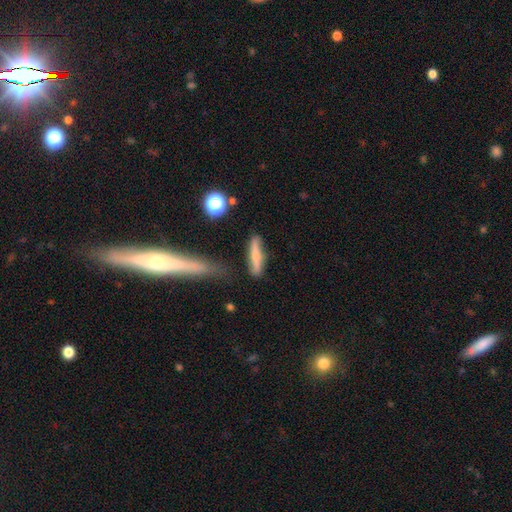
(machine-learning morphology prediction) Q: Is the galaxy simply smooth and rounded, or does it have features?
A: smooth — 52%.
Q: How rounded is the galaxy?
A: cigar-shaped — 82%.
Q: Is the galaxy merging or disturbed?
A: none — 74%.